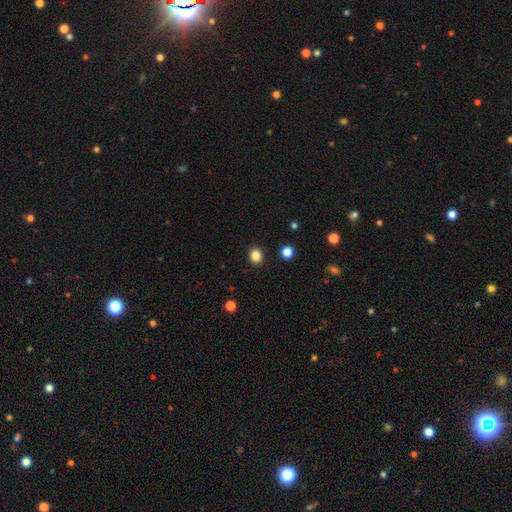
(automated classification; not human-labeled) A smooth galaxy with no disk features (84%) that is round (76%). Merging: none (92%).